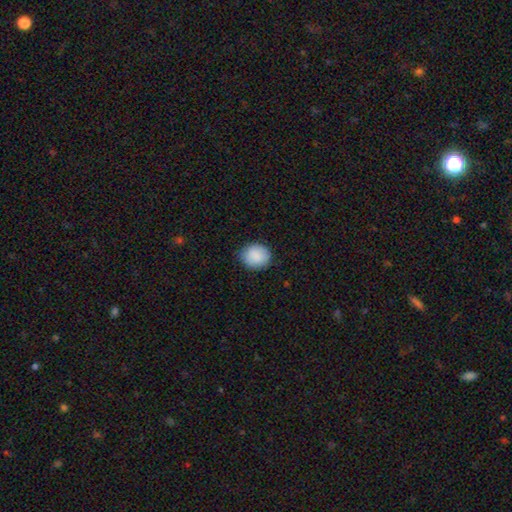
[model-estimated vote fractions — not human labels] Q: Smooth or featured?
A: smooth (89%); runner-up: star or artifact (7%)
Q: How rounded?
A: round (75%); runner-up: in between (25%)
Q: Merging?
A: none (84%); runner-up: minor disturbance (12%)